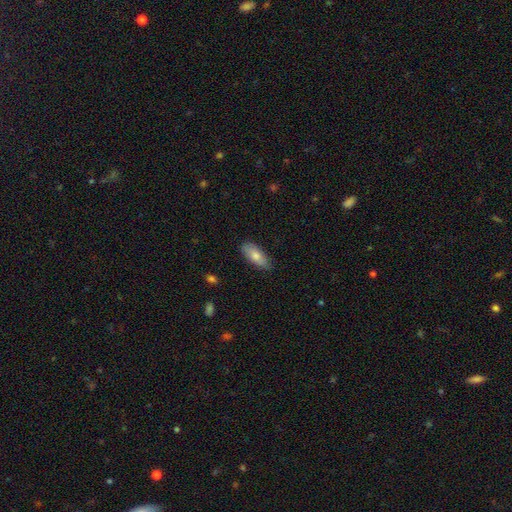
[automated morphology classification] smooth_or_featured: smooth (p=0.79) [alt: featured or disk p=0.15]
how_rounded: in between (p=0.80) [alt: cigar-shaped p=0.17]
merging: none (p=0.82) [alt: minor disturbance p=0.15]